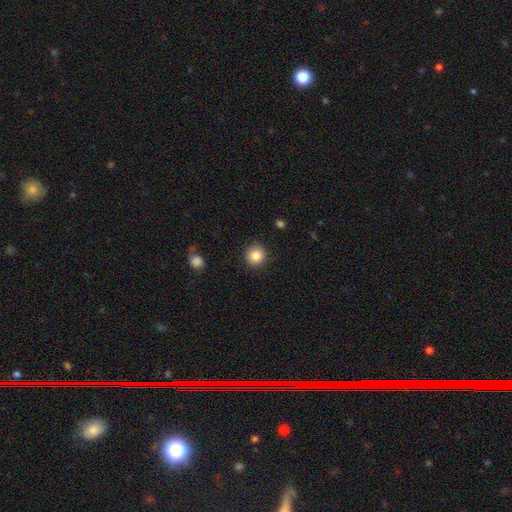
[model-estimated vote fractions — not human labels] This is clearly a smooth galaxy (86%). How rounded: clearly round (91%). Merging: clearly none (89%).